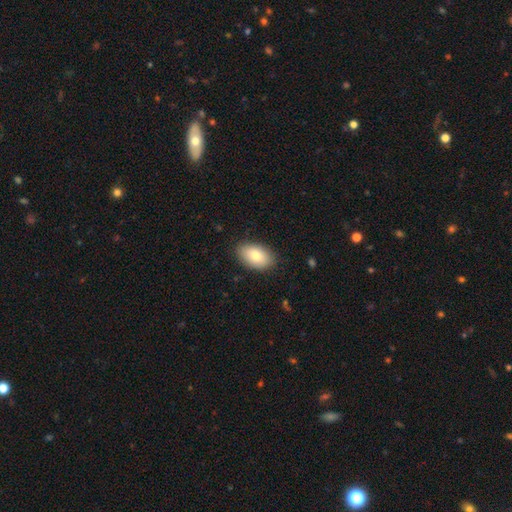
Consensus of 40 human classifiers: Smooth or featured?
  - smooth: 82% *
  - featured or disk: 12%
  - star or artifact: 5%
How rounded?
  - in between: 94% *
  - round: 6%
  - cigar-shaped: 0%
Merging?
  - none: 92% *
  - minor disturbance: 5%
  - major disturbance: 3%
  - merger: 0%